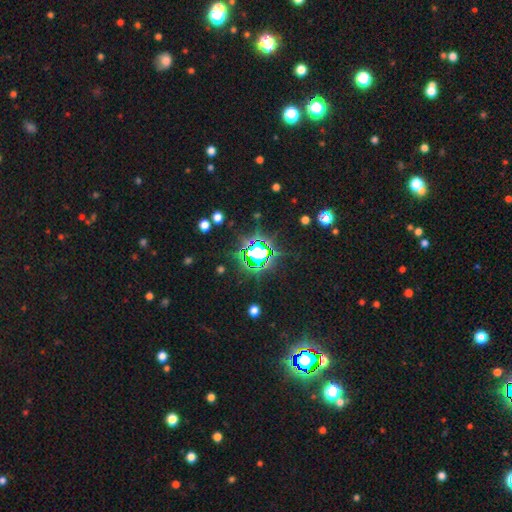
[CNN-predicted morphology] type=star or artifact (76%).